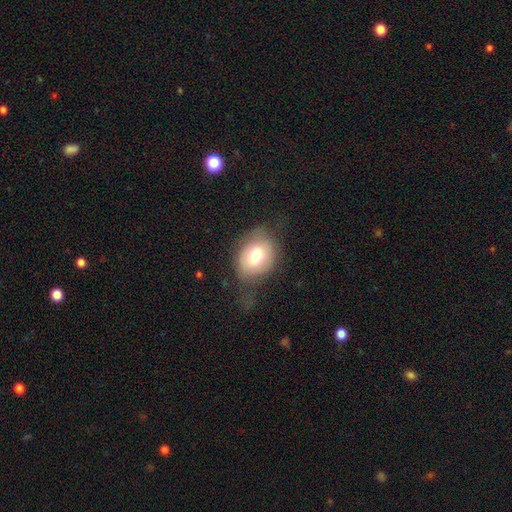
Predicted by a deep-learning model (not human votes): The model was most divided on "how rounded": in between: 61%, round: 38%, cigar-shaped: 1%. More confident: smooth or featured — smooth (72%); merging — none (56%).